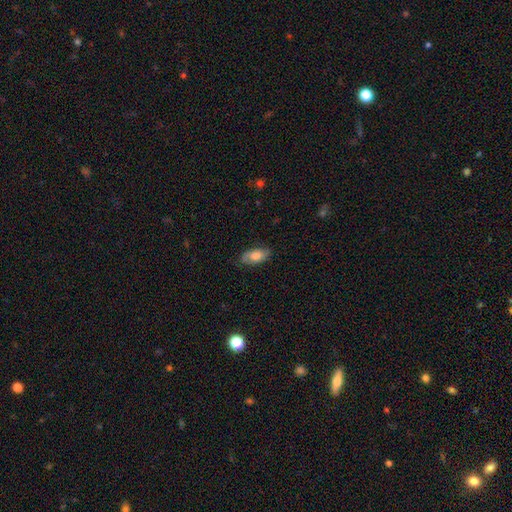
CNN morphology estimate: smooth-or-featured: smooth: 66% | featured or disk: 27% | star or artifact: 7%
  how-rounded: in between: 90% | cigar-shaped: 6% | round: 4%
  merging: none: 78% | minor disturbance: 17% | major disturbance: 4% | merger: 1%